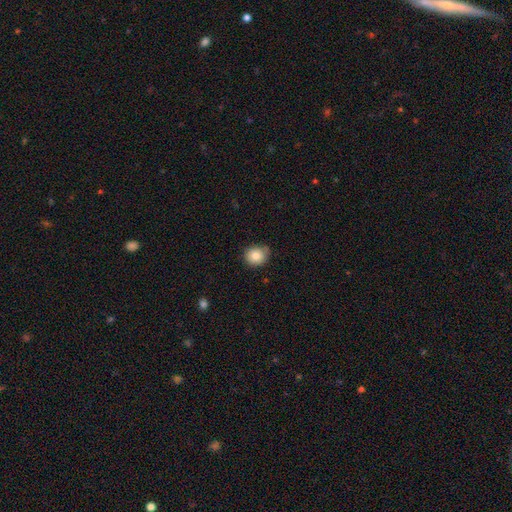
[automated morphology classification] A smooth galaxy with no disk features (83%) that is round (78%). Merging: none (78%).